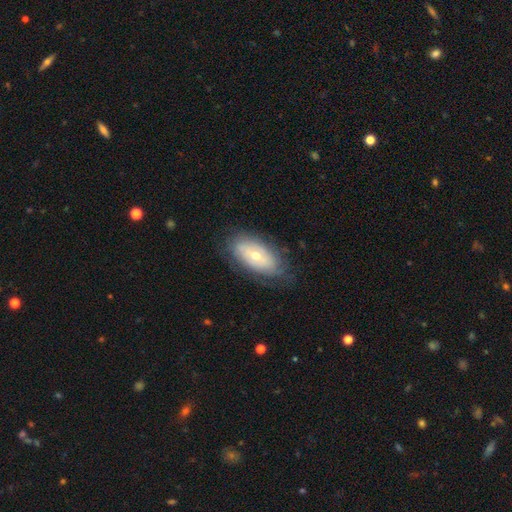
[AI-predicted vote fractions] Overall: featured or disk (53%; smooth 40%). Edge-on disk: no (88%). Merging: none (74%).